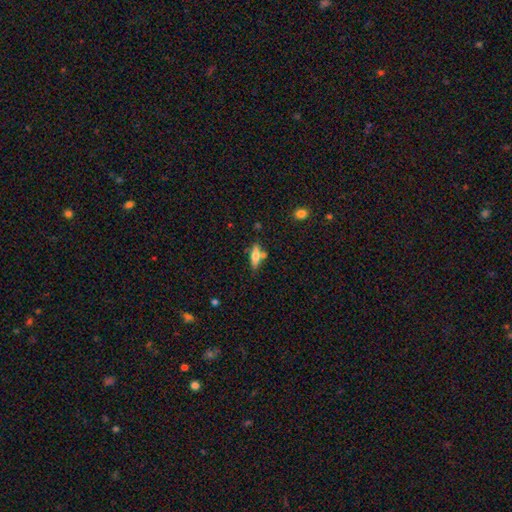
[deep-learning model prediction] Smooth or featured: smooth — 58% (featured or disk — 35%)
How rounded: cigar-shaped — 53% (in between — 44%)
Merging: none — 63% (merger — 18%)